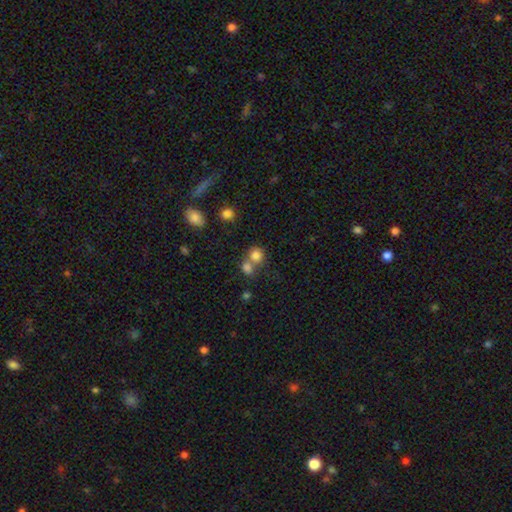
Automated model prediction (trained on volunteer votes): smooth_or_featured: smooth (p=0.79) [alt: star or artifact p=0.13]
how_rounded: round (p=0.82) [alt: in between p=0.17]
merging: merger (p=0.45) [alt: none p=0.44]